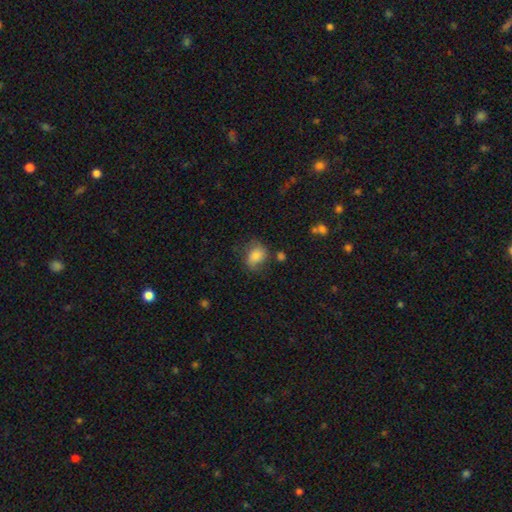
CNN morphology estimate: Smooth or featured: smooth — 75% (featured or disk — 16%)
How rounded: in between — 55% (round — 44%)
Merging: none — 56% (minor disturbance — 27%)